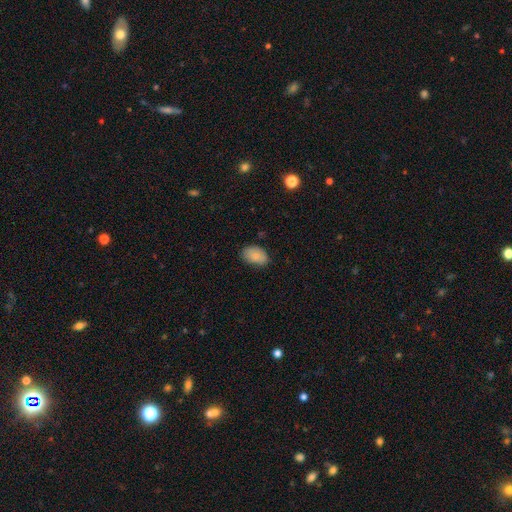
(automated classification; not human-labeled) Smooth or featured? smooth (83%)
How rounded? in between (88%)
Merging? none (77%)